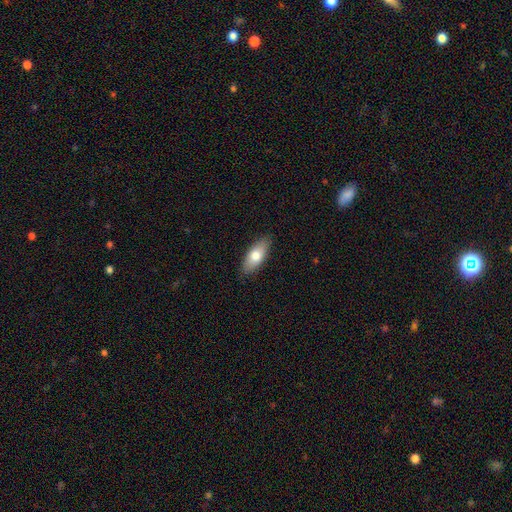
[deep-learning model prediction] Smooth or featured? smooth (74%)
How rounded? in between (78%)
Merging? none (88%)